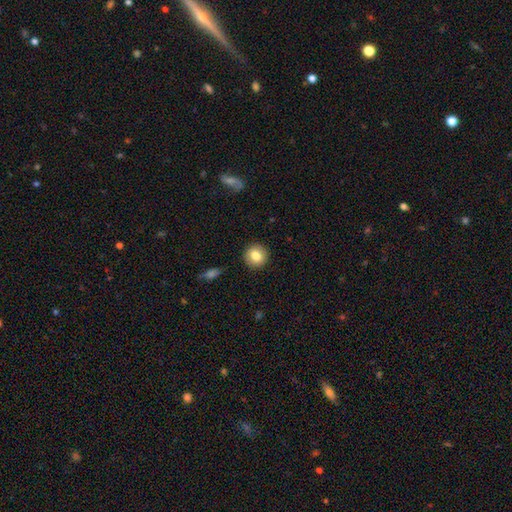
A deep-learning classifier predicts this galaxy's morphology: type=smooth (82%); roundness=round (91%); merging=none (91%).